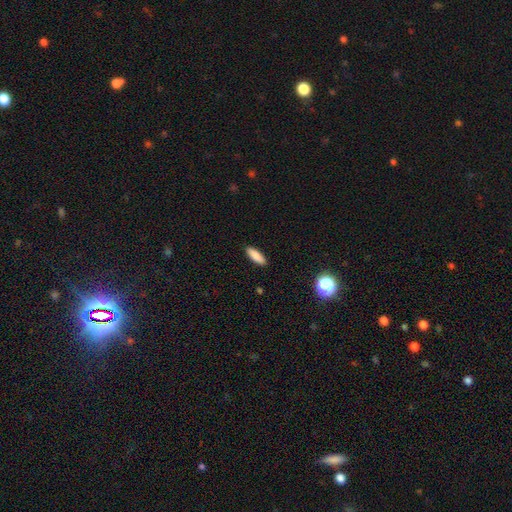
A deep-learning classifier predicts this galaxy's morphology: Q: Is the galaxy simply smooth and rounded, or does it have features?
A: smooth — 86%.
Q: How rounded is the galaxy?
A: in between — 60%.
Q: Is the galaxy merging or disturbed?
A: none — 90%.